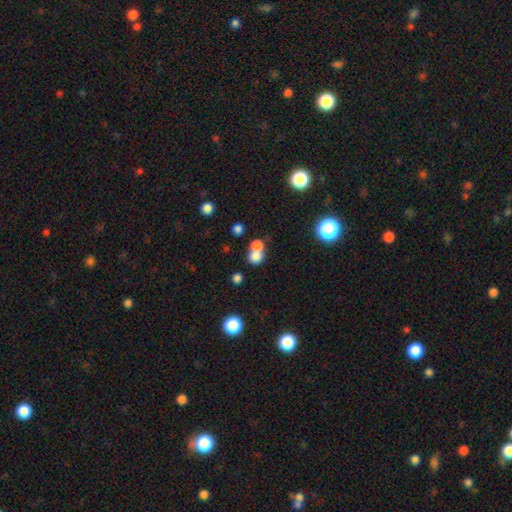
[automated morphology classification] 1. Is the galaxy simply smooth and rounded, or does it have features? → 76% smooth, 14% star or artifact, 11% featured or disk.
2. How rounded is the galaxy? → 81% round, 18% in between, 1% cigar-shaped.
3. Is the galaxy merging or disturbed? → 54% merger, 38% none, 5% minor disturbance, 3% major disturbance.